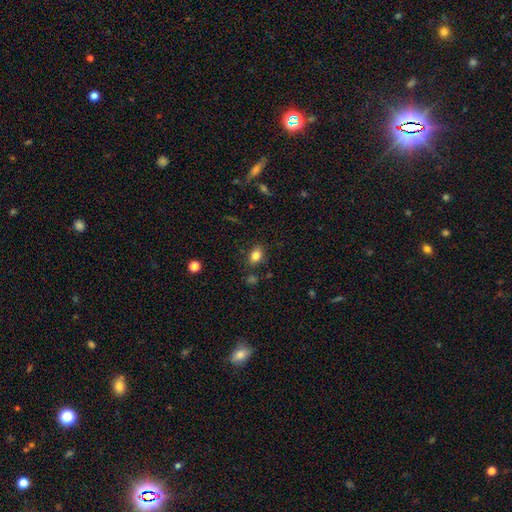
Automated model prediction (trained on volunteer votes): Smooth or featured?
  - smooth: 82% *
  - star or artifact: 11%
  - featured or disk: 7%
How rounded?
  - in between: 75% *
  - round: 24%
  - cigar-shaped: 1%
Merging?
  - none: 81% *
  - minor disturbance: 12%
  - major disturbance: 3%
  - merger: 3%